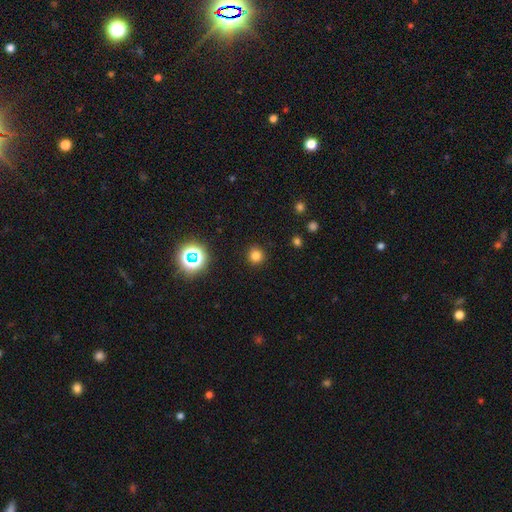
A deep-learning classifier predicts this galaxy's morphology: Smooth or featured: smooth — 78% (star or artifact — 18%)
How rounded: round — 94% (in between — 6%)
Merging: none — 91% (minor disturbance — 6%)